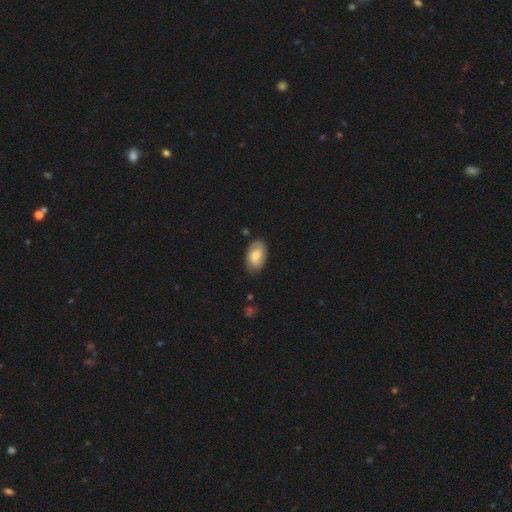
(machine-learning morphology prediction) Smooth or featured? Predicted: smooth (p=0.53). How rounded? Predicted: in between (p=0.90). Merging? Predicted: none (p=0.75).